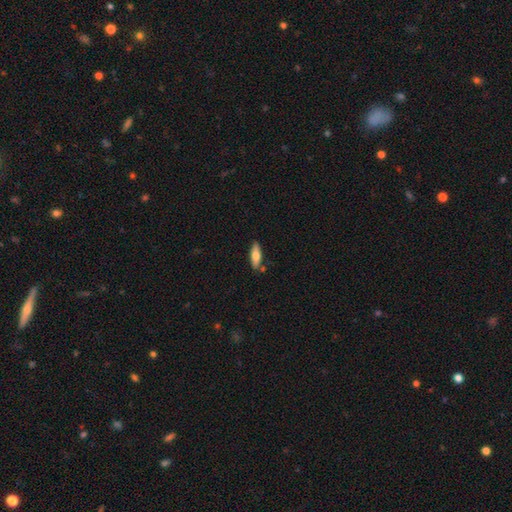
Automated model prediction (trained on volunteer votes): Smooth or featured? Predicted: smooth (p=0.68). How rounded? Predicted: in between (p=0.55). Merging? Predicted: none (p=0.80).